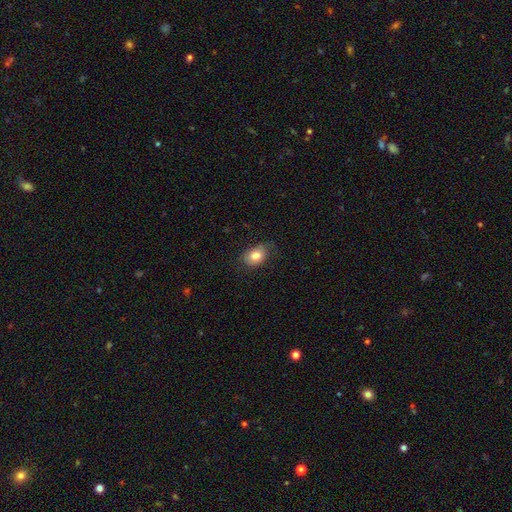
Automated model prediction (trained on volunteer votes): smooth_or_featured: smooth (p=0.83) [alt: featured or disk p=0.09]
how_rounded: in between (p=0.73) [alt: round p=0.26]
merging: none (p=0.72) [alt: minor disturbance p=0.22]